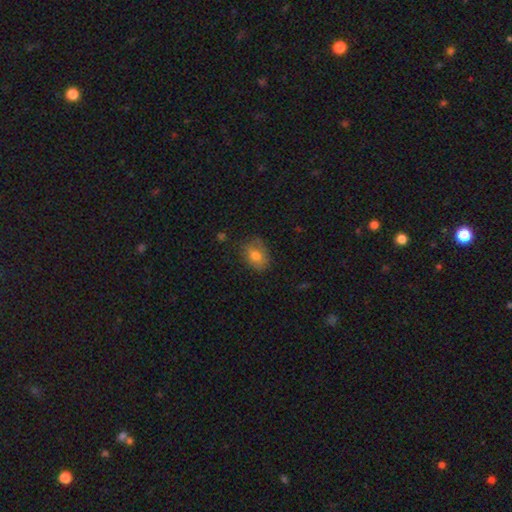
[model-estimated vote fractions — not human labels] The model was most divided on "how rounded": in between: 69%, round: 29%, cigar-shaped: 1%. More confident: smooth or featured — smooth (75%); merging — none (69%).